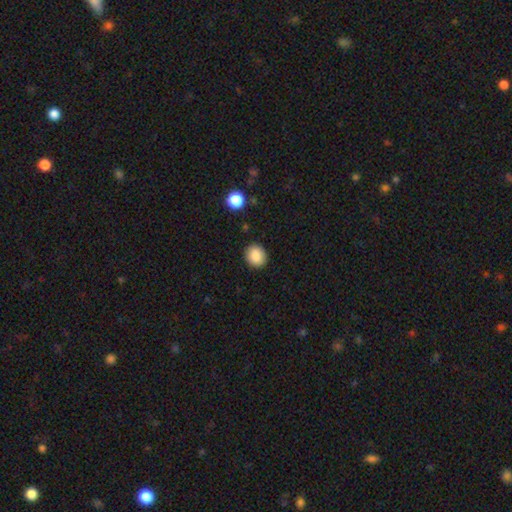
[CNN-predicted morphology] Q: Smooth or featured?
A: smooth (87%); runner-up: star or artifact (9%)
Q: How rounded?
A: round (71%); runner-up: in between (28%)
Q: Merging?
A: none (89%); runner-up: minor disturbance (7%)